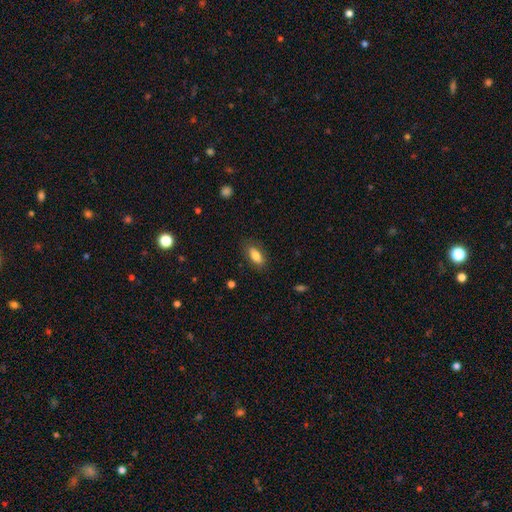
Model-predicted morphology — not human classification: Smooth or featured?
  - smooth: 79% *
  - featured or disk: 14%
  - star or artifact: 7%
How rounded?
  - in between: 87% *
  - cigar-shaped: 10%
  - round: 4%
Merging?
  - none: 81% *
  - minor disturbance: 14%
  - major disturbance: 4%
  - merger: 1%